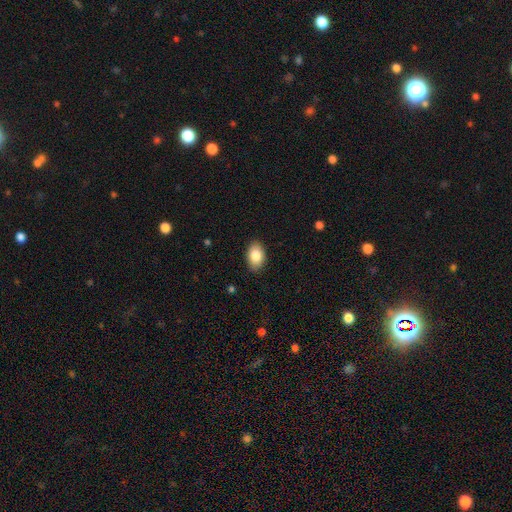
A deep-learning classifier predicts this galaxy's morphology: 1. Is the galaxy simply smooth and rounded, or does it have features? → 84% smooth, 9% featured or disk, 7% star or artifact.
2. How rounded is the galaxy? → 90% in between, 9% round, 1% cigar-shaped.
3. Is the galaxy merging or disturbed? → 87% none, 10% minor disturbance, 2% major disturbance, 1% merger.